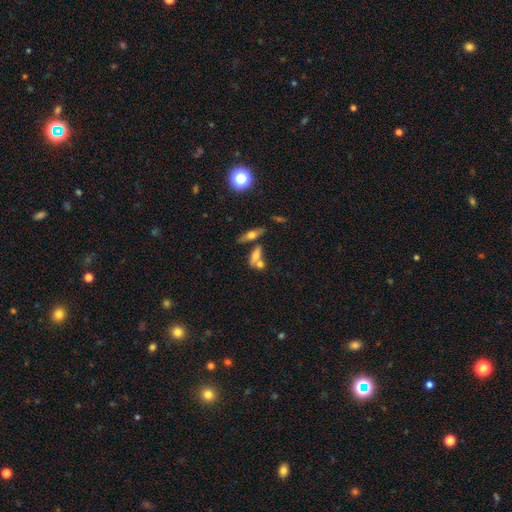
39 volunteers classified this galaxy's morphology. smooth 64%, featured or disk 31%, star or artifact 5%. Down the decision tree: how rounded — in between (48%, tied with cigar-shaped); merging — none (54%).